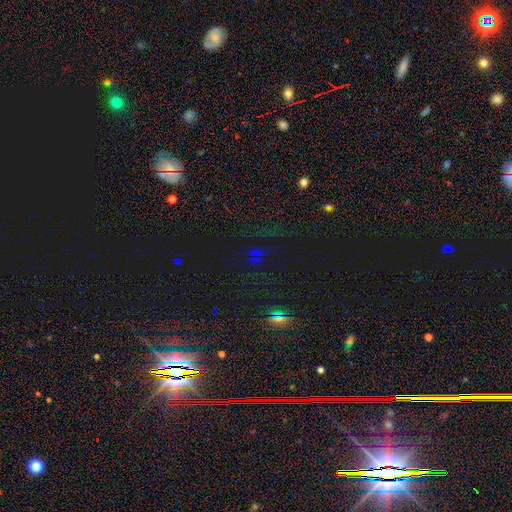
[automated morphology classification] smooth-or-featured: star or artifact: 75% | smooth: 17% | featured or disk: 8%